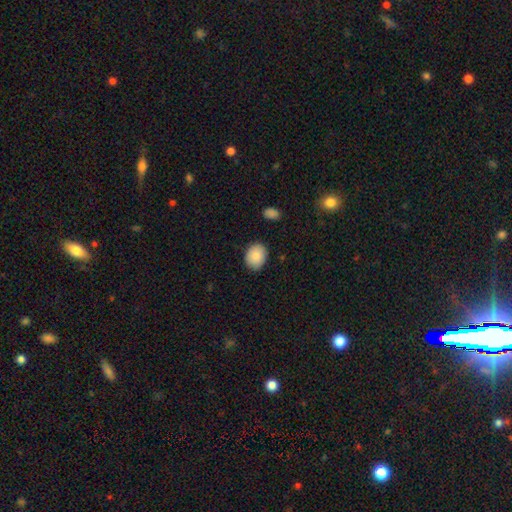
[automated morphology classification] A smooth galaxy with no disk features (86%) that is round (51%).

Vote fractions:
- Smooth or featured? smooth: 86% / star or artifact: 7% / featured or disk: 7%
- How rounded? round: 51% / in between: 48% / cigar-shaped: 1%
- Merging? none: 84% / minor disturbance: 12% / major disturbance: 2% / merger: 1%